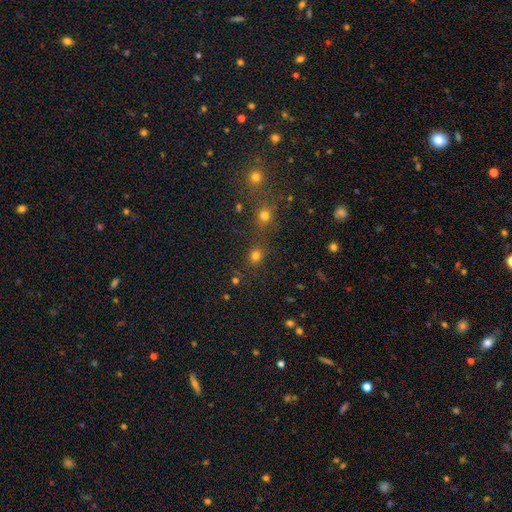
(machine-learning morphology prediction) smooth 75%, star or artifact 20%, featured or disk 6%. Down the decision tree: how rounded — round (83%); merging — none (74%).